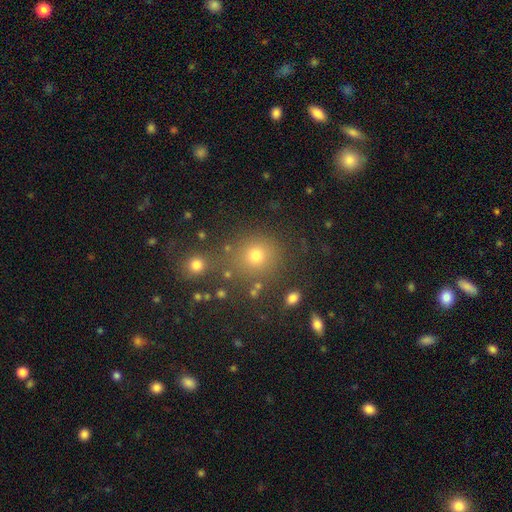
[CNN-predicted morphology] smooth_or_featured: smooth (p=0.72) [alt: star or artifact p=0.20]
how_rounded: round (p=0.89) [alt: in between p=0.10]
merging: none (p=0.75) [alt: merger p=0.10]